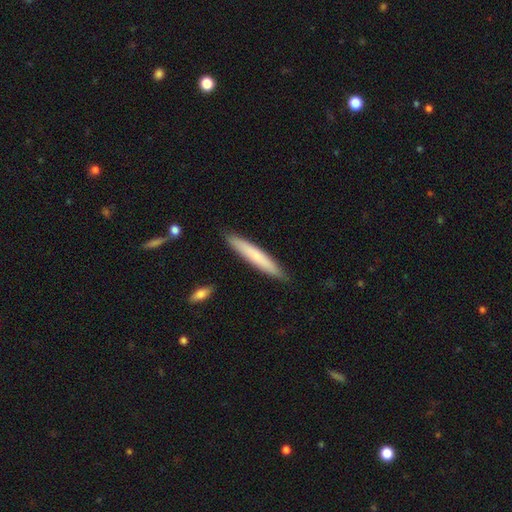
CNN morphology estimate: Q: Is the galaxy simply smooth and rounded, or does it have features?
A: smooth — 68%.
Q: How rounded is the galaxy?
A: cigar-shaped — 94%.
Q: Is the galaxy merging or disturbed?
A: none — 88%.